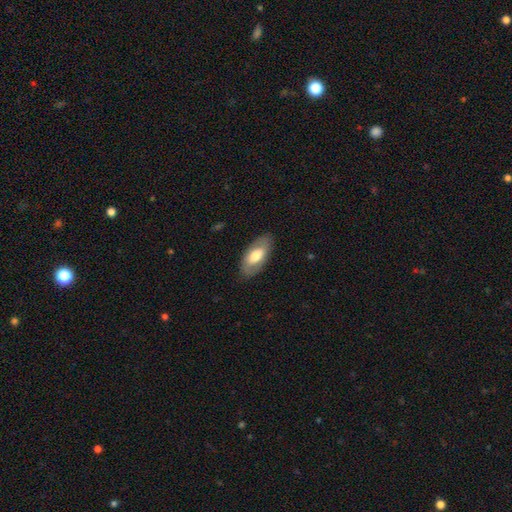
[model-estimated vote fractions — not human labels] Smooth or featured? smooth (54%)
How rounded? in between (91%)
Merging? none (83%)